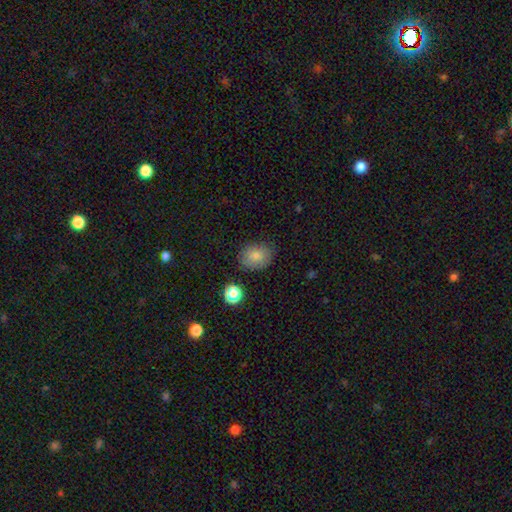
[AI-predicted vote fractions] Morphology: type=smooth (81%); roundness=in between (58%); merging=none (82%).